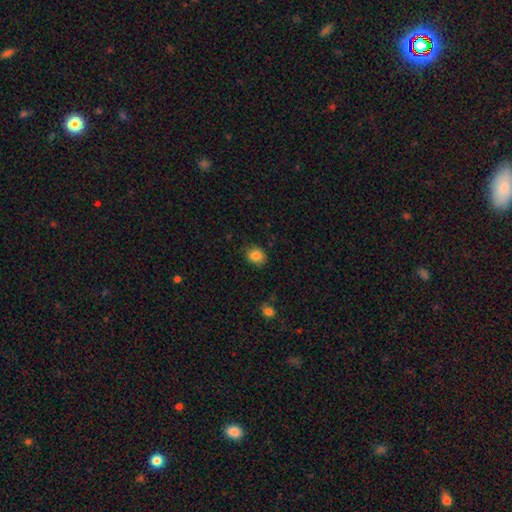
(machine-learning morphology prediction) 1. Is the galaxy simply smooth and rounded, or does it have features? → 85% smooth, 10% star or artifact, 5% featured or disk.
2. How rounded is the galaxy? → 61% round, 38% in between, 1% cigar-shaped.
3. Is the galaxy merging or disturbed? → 83% none, 13% minor disturbance, 3% major disturbance, 1% merger.